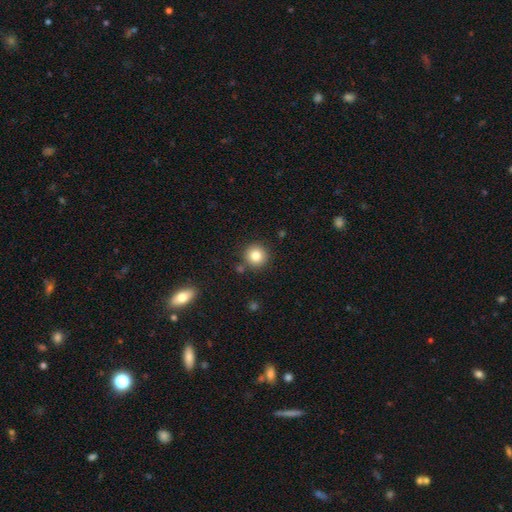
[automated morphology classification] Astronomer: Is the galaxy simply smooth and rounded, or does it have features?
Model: smooth — 83%.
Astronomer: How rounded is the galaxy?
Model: round — 94%.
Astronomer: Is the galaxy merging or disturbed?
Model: none — 86%.